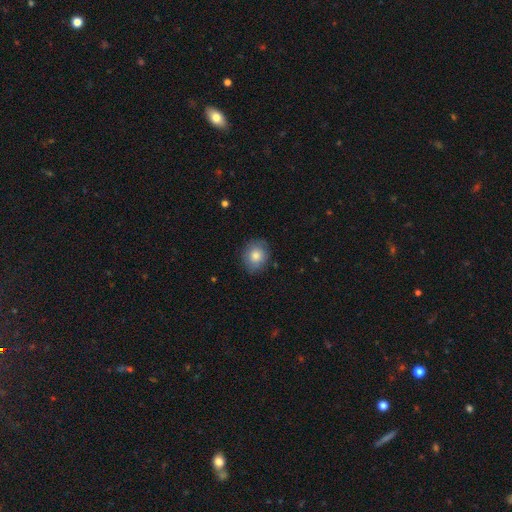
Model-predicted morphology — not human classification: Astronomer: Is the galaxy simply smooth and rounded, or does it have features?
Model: smooth — 81%.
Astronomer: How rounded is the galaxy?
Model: round — 69%.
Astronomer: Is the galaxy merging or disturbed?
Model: none — 83%.